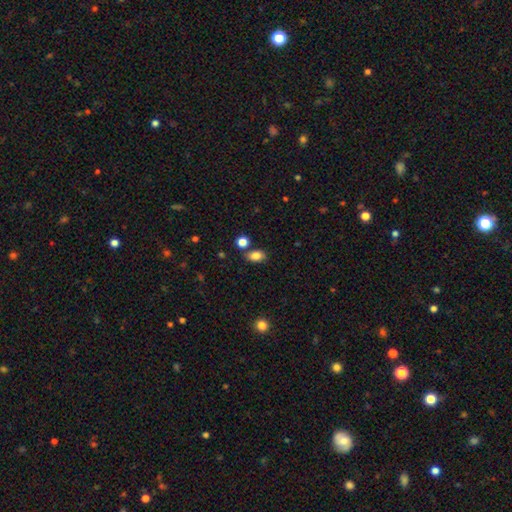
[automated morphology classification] Smooth or featured: smooth — 83% (star or artifact — 10%)
How rounded: in between — 81% (round — 17%)
Merging: none — 77% (minor disturbance — 12%)